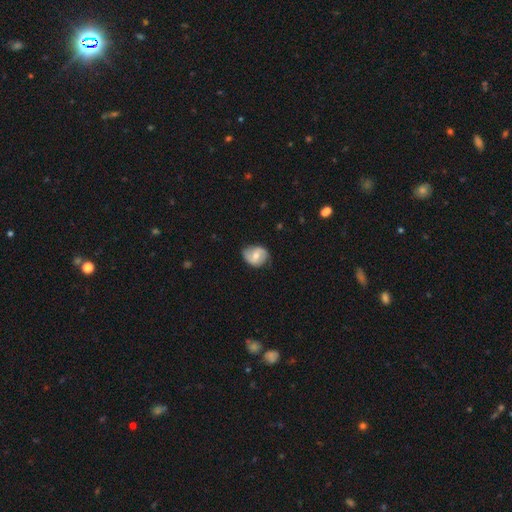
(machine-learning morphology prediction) smooth-or-featured: featured or disk: 53% | smooth: 41% | star or artifact: 7%
  disk-edge-on: no: 97% | yes: 3%
    bar: weak: 47% | no: 35% | strong: 19%
    has-spiral-arms: yes: 78% | no: 22%
    bulge-size: moderate: 63% | small: 31% | large: 3% | none: 2% | dominant: 1%
  merging: none: 71% | minor disturbance: 22% | major disturbance: 5% | merger: 1%